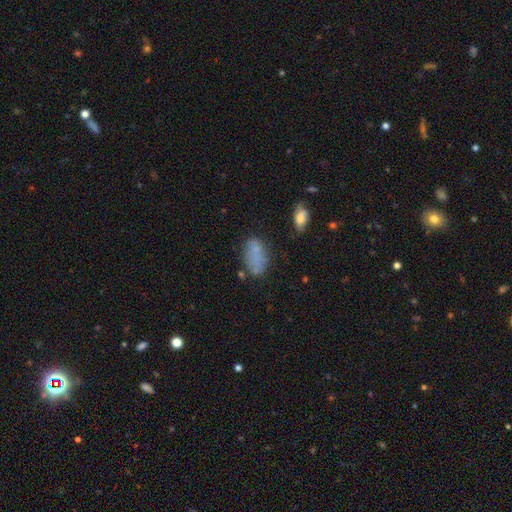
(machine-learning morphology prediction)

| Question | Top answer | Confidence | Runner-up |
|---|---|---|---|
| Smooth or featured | smooth | 72% | featured or disk (16%) |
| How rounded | in between | 89% | cigar-shaped (5%) |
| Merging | none | 57% | minor disturbance (24%) |